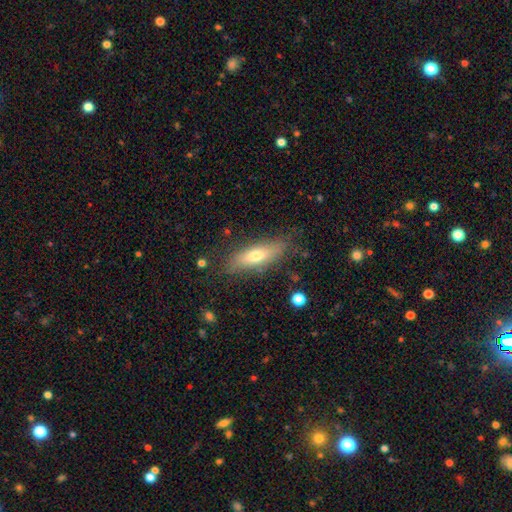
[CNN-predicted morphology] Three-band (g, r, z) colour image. It shows a smooth galaxy with no disk features (60%) that is cigar-shaped (54%). Merging: none (81%).